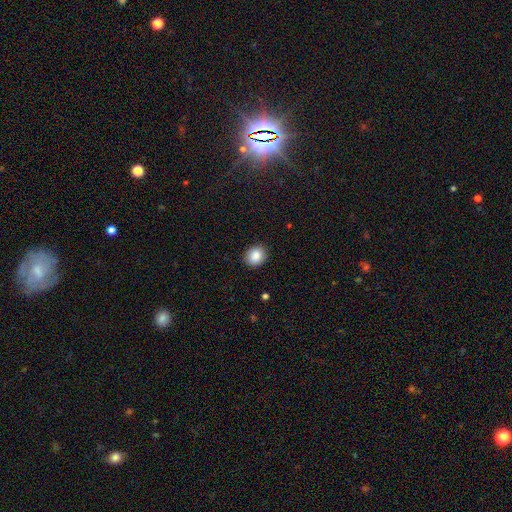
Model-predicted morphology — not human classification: Smooth or featured: smooth — 88% (star or artifact — 8%)
How rounded: round — 62% (in between — 37%)
Merging: none — 89% (minor disturbance — 8%)